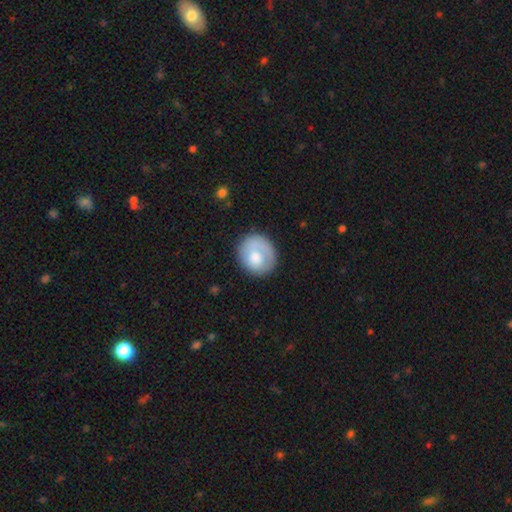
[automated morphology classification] This appears to be a smooth galaxy with no disk features (67%) that is round (77%). Merging: none (70%).